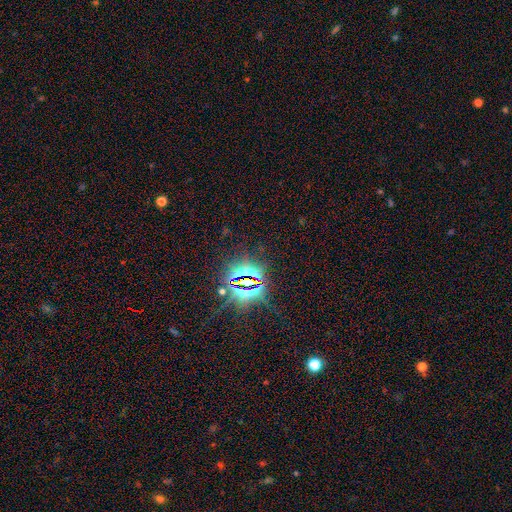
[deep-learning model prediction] Smooth or featured? Predicted: star or artifact (p=0.85).